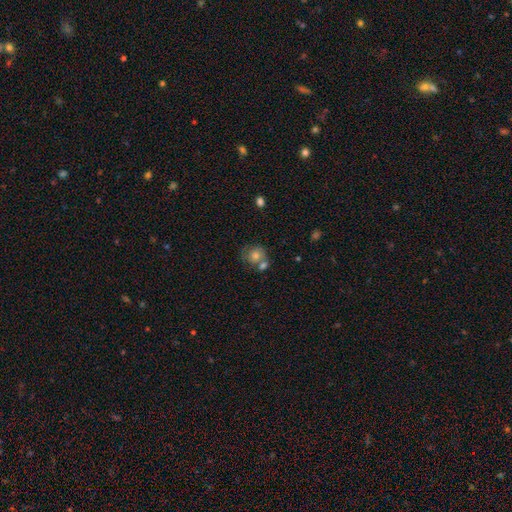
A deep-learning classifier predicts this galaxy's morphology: Overall: smooth (68%). How rounded: round (80%). Merging: none (46%; merger 33%).